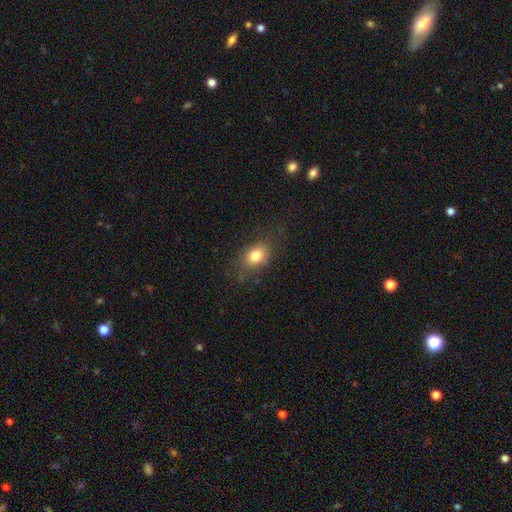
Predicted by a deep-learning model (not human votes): A smooth galaxy with no disk features (80%) that is in between round and cigar-shaped (66%).

Vote fractions:
- Smooth or featured? smooth: 80% / star or artifact: 11% / featured or disk: 9%
- How rounded? in between: 66% / round: 33% / cigar-shaped: 2%
- Merging? none: 74% / minor disturbance: 17% / major disturbance: 7% / merger: 1%